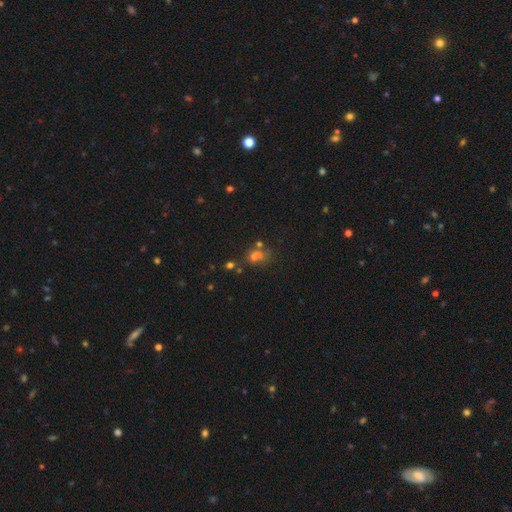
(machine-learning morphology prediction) smooth 54%, star or artifact 31%, featured or disk 15%. Down the decision tree: how rounded — round (55%); merging — none (45%).